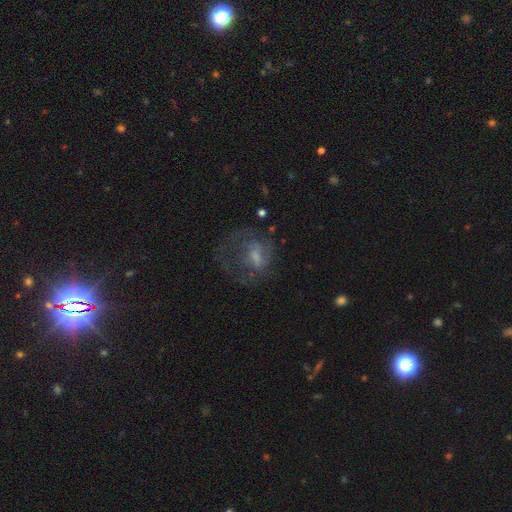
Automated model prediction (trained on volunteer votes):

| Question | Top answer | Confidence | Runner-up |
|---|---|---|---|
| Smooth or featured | featured or disk | 49% | smooth (37%) |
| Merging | major disturbance | 42% | none (37%) |